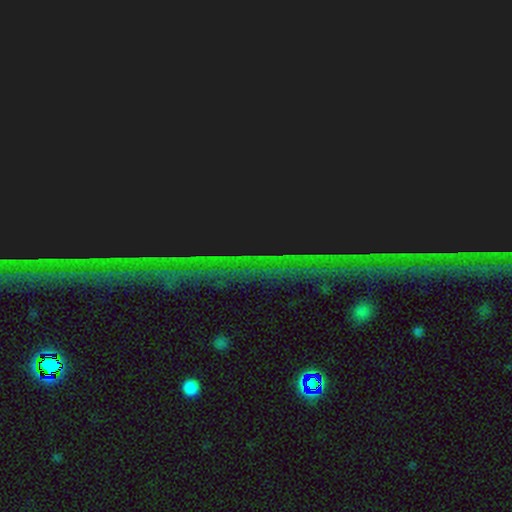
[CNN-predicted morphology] smooth_or_featured: star or artifact (p=0.84) [alt: featured or disk p=0.08]